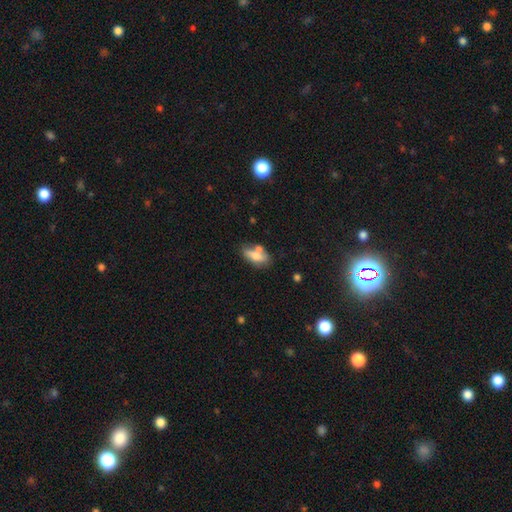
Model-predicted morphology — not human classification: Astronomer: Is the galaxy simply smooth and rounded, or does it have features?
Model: smooth — 65%.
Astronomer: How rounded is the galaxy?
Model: in between — 77%.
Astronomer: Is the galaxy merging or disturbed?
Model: none — 54%.